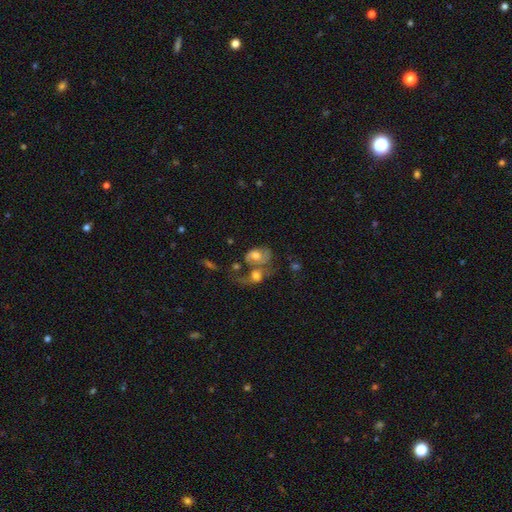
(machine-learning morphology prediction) smooth-or-featured: featured or disk: 50% | smooth: 41% | star or artifact: 9%
  disk-edge-on: no: 96% | yes: 4%
  merging: merger: 58% | major disturbance: 17% | none: 16% | minor disturbance: 10%